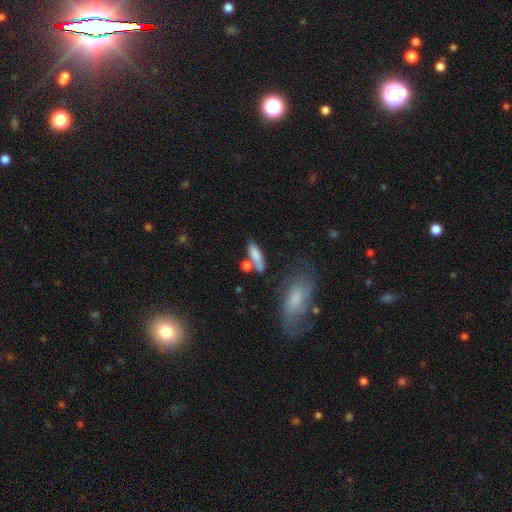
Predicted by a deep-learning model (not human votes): Smooth or featured: smooth — 79% (featured or disk — 13%)
How rounded: in between — 52% (cigar-shaped — 45%)
Merging: none — 51% (merger — 25%)